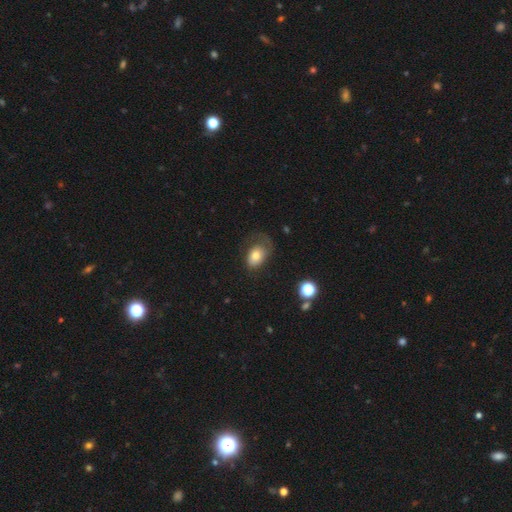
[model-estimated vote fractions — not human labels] A smooth galaxy with no disk features (69%) that is in between round and cigar-shaped (79%).

Vote fractions:
- Smooth or featured? smooth: 69% / featured or disk: 22% / star or artifact: 9%
- How rounded? in between: 79% / round: 19% / cigar-shaped: 1%
- Merging? none: 39% / major disturbance: 34% / minor disturbance: 25% / merger: 2%